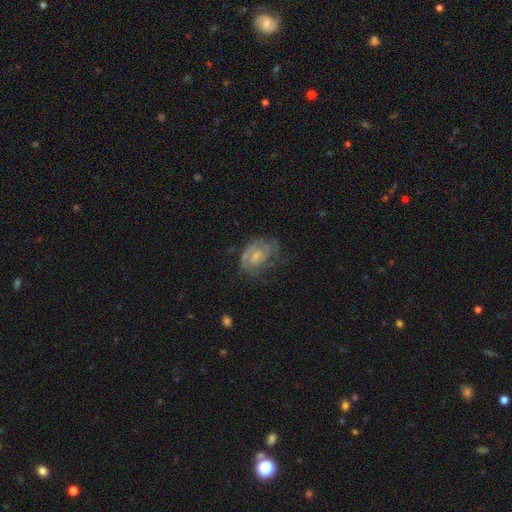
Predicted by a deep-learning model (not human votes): Smooth or featured? Predicted: featured or disk (p=0.63). Edge-on disk? Predicted: no (p=0.97). Bar? Predicted: no (p=0.52). Spiral arms? Predicted: yes (p=0.74). Bulge size? Predicted: small (p=0.46). Merging? Predicted: none (p=0.48).